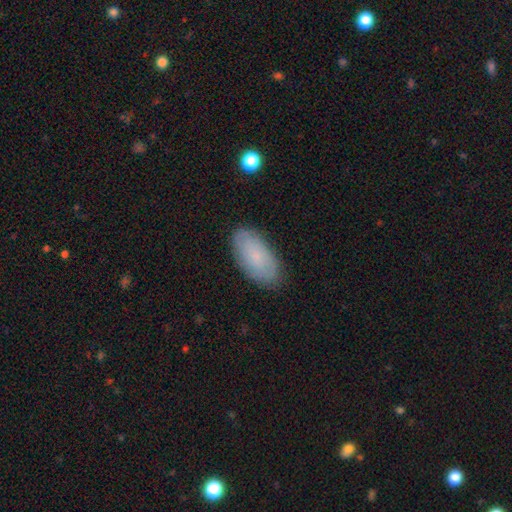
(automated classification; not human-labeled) Smooth or featured? smooth (73%)
How rounded? in between (94%)
Merging? none (84%)